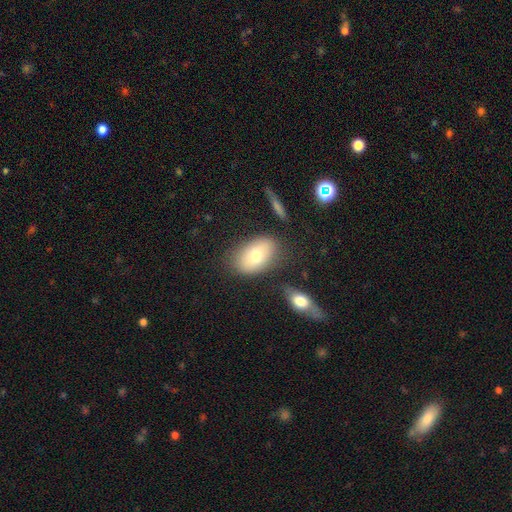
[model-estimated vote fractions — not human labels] A smooth galaxy with no disk features (71%) that is in between round and cigar-shaped (88%).

Vote fractions:
- Smooth or featured? smooth: 71% / featured or disk: 21% / star or artifact: 8%
- How rounded? in between: 88% / round: 10% / cigar-shaped: 2%
- Merging? none: 74% / minor disturbance: 14% / merger: 7% / major disturbance: 5%